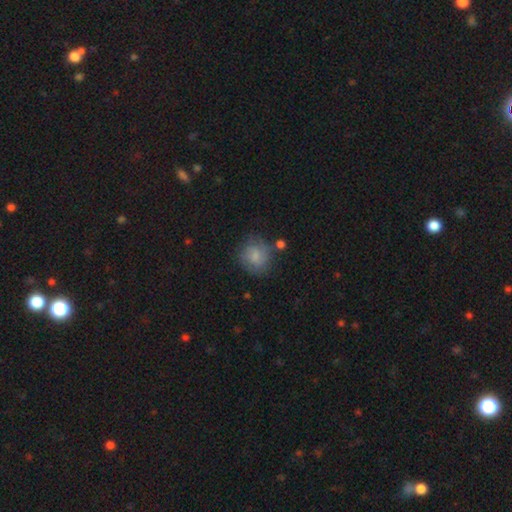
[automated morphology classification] smooth 70%, featured or disk 22%, star or artifact 8%. Down the decision tree: how rounded — round (82%); merging — none (66%).